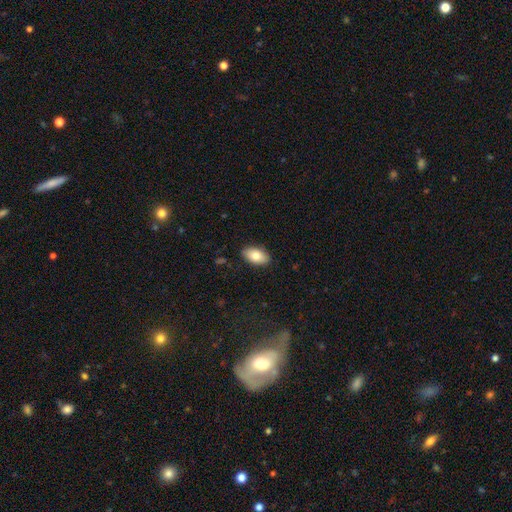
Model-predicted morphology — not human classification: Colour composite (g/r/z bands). It shows a smooth galaxy with no disk features (81%) that is in between round and cigar-shaped (93%). Merging: none (88%).